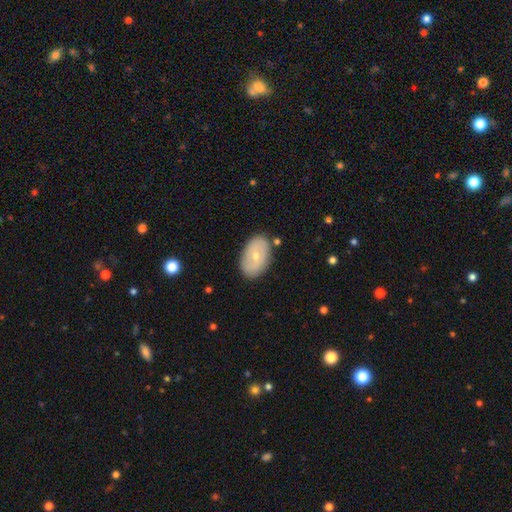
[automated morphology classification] This appears to be a smooth galaxy with no disk features (52%) that is in between round and cigar-shaped (89%). Merging: none (84%).